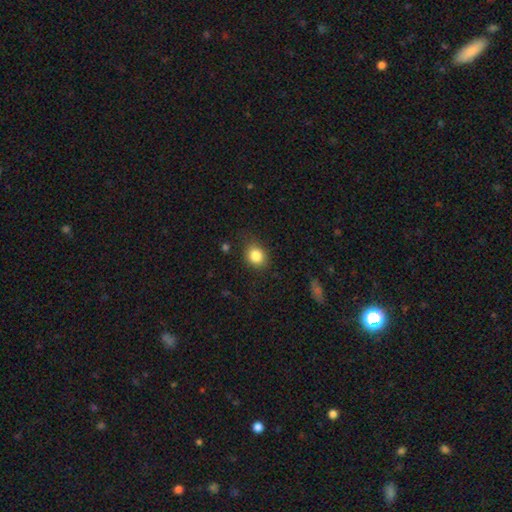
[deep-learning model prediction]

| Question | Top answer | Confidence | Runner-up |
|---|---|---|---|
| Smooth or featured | smooth | 84% | star or artifact (10%) |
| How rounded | round | 64% | in between (35%) |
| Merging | none | 78% | minor disturbance (17%) |